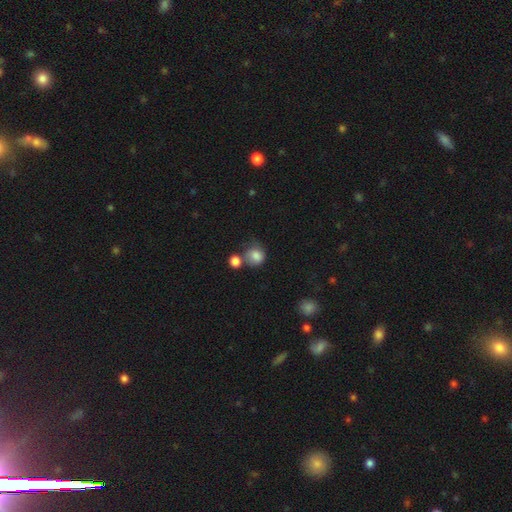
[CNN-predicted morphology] This is clearly a smooth galaxy (81%). How rounded: likely round (77%). Merging: marginally none (44%).